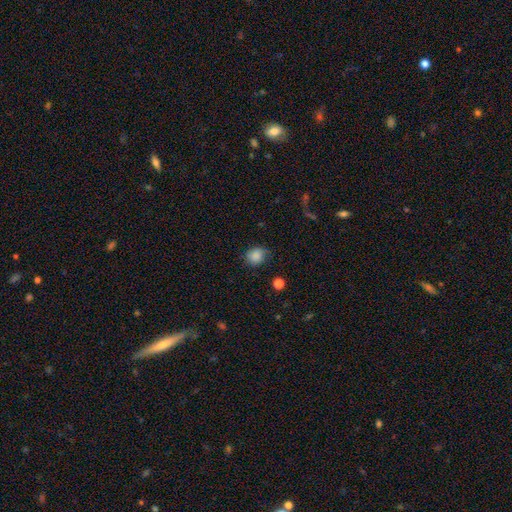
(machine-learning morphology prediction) This appears to be a smooth galaxy with no disk features (85%) that is round (70%). Merging: none (68%).